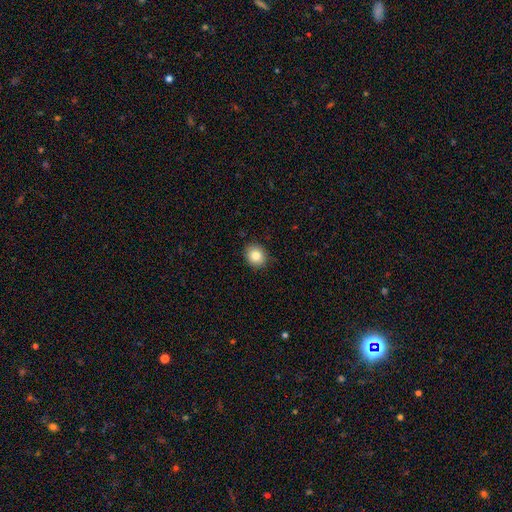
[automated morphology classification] smooth_or_featured: smooth (p=0.84) [alt: star or artifact p=0.09]
how_rounded: round (p=0.68) [alt: in between p=0.31]
merging: none (p=0.88) [alt: minor disturbance p=0.09]